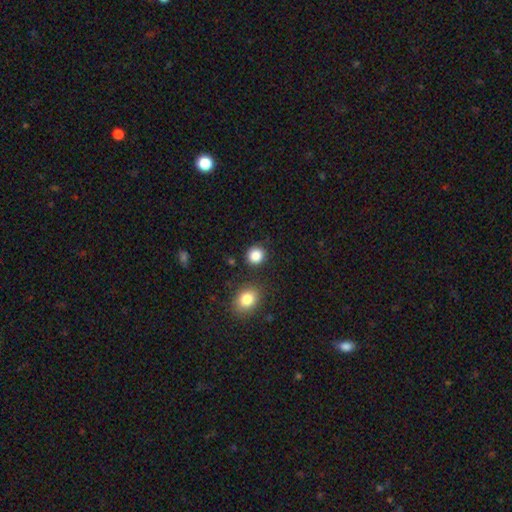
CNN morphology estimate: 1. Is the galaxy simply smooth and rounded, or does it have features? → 86% smooth, 10% star or artifact, 3% featured or disk.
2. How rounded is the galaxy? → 86% round, 13% in between, 1% cigar-shaped.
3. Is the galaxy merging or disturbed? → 86% none, 8% minor disturbance, 3% merger, 3% major disturbance.